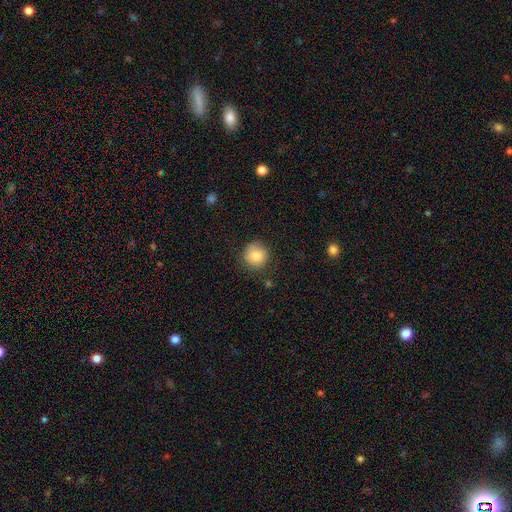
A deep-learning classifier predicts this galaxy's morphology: Overall: smooth (84%). How rounded: round (93%). Merging: none (83%).